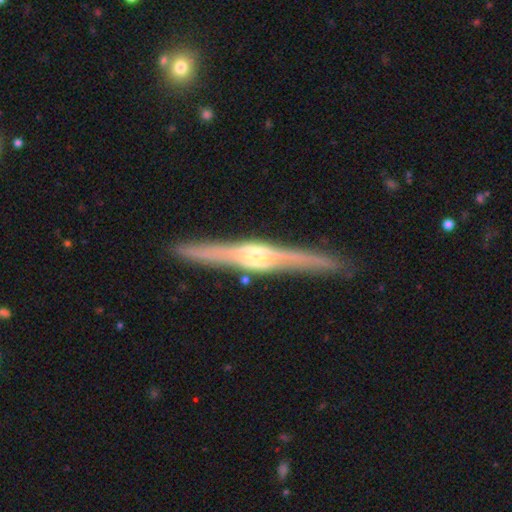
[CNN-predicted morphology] A featured or disk galaxy (86%) viewed edge-on (98%) with a rounded central bulge (78%). Merging: none (88%).